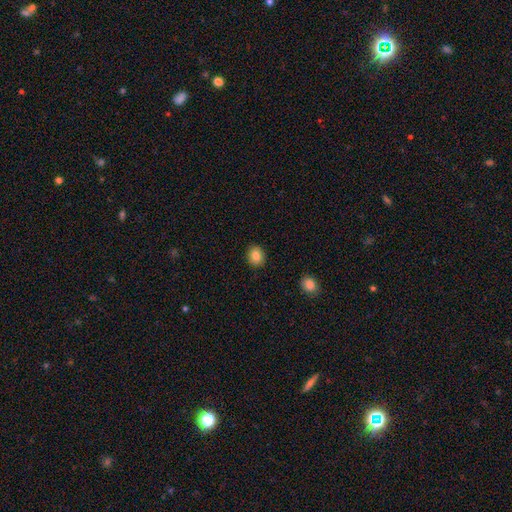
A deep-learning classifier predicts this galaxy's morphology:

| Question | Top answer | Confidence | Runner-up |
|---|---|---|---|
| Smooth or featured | smooth | 84% | star or artifact (9%) |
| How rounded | round | 70% | in between (29%) |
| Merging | none | 91% | minor disturbance (6%) |